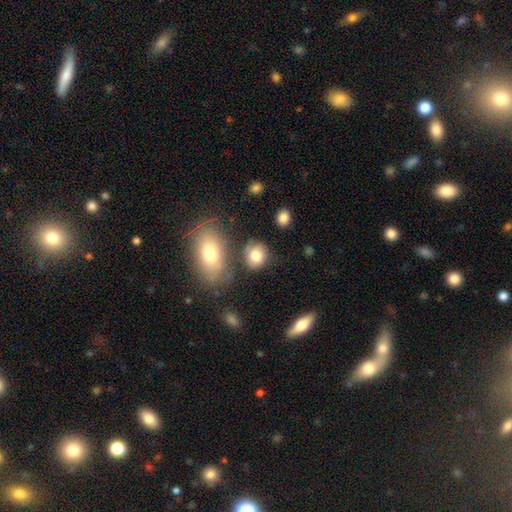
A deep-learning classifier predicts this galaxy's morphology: Smooth or featured: smooth — 79% (featured or disk — 12%)
How rounded: round — 64% (in between — 35%)
Merging: none — 68% (minor disturbance — 16%)